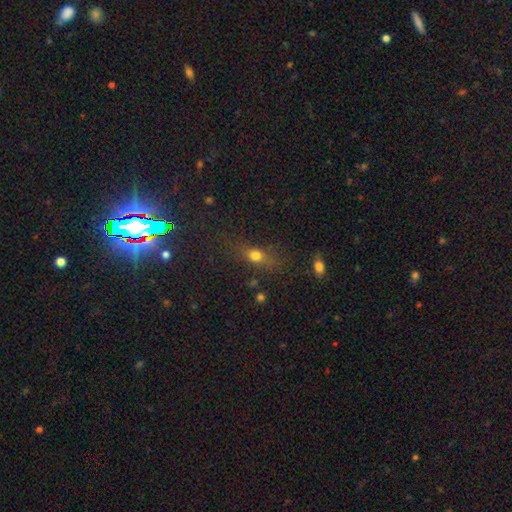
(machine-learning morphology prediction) Overall: smooth (68%). How rounded: in between (49%; round 33%). Merging: none (66%).